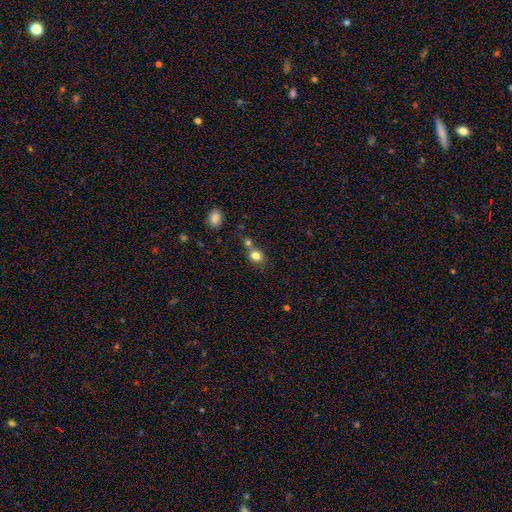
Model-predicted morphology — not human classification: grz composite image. It shows a smooth galaxy with no disk features (81%) that is round (58%). Merging: none (57%).